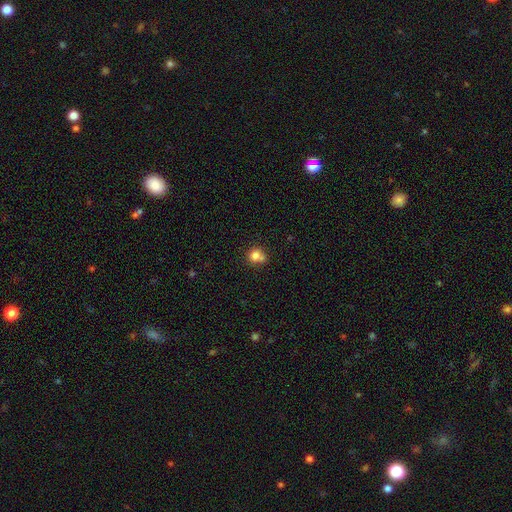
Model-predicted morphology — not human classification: type=smooth (78%); roundness=round (83%); merging=none (49%).